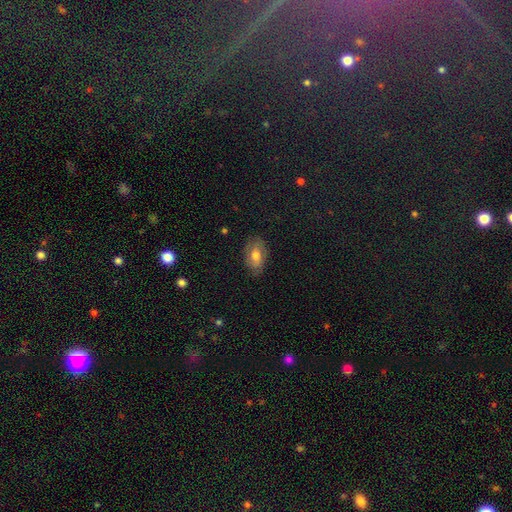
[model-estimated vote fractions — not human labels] smooth_or_featured: smooth (p=0.52) [alt: featured or disk p=0.39]
how_rounded: in between (p=0.88) [alt: round p=0.09]
merging: none (p=0.76) [alt: minor disturbance p=0.19]